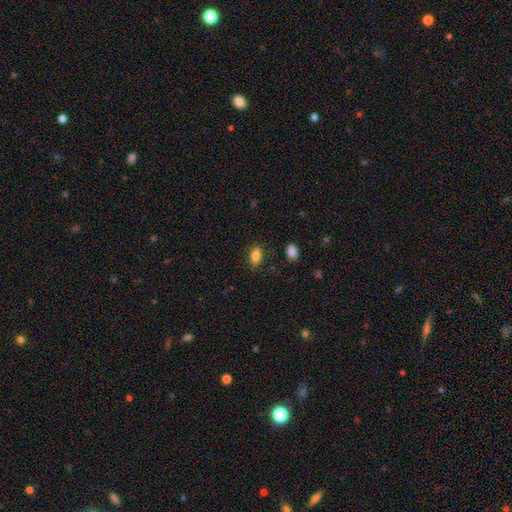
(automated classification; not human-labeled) Q: Smooth or featured?
A: smooth (82%); runner-up: featured or disk (9%)
Q: How rounded?
A: in between (89%); runner-up: round (8%)
Q: Merging?
A: none (83%); runner-up: minor disturbance (12%)